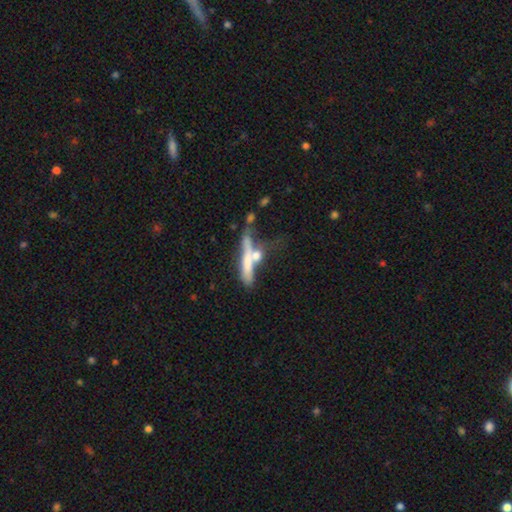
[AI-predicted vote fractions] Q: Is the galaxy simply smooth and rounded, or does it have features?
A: smooth — 52%.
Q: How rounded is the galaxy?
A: cigar-shaped — 77%.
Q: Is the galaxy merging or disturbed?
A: merger — 38%.